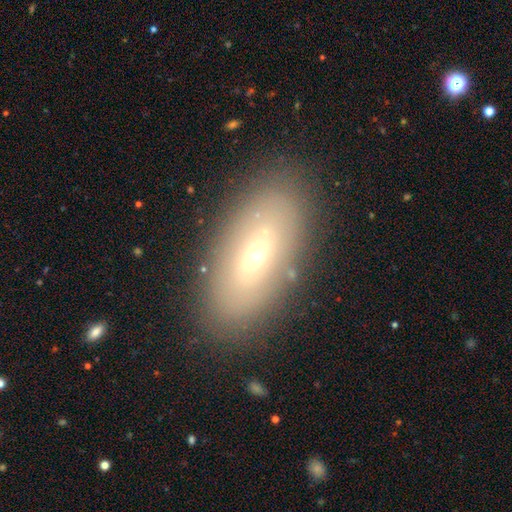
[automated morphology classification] Smooth or featured? smooth (47%)
Merging? none (85%)